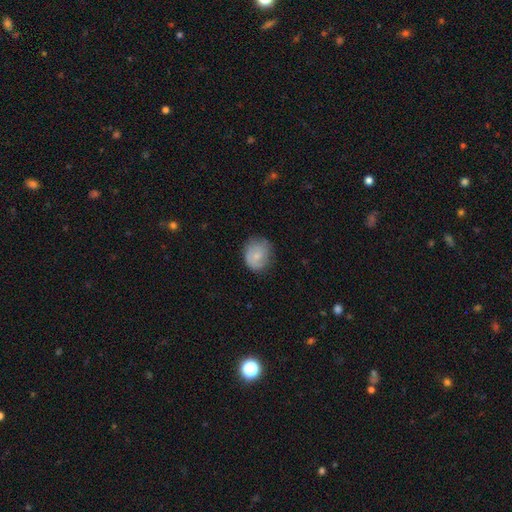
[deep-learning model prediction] The model was most divided on "smooth or featured": smooth: 61%, featured or disk: 32%, star or artifact: 7%. More confident: merging — none (69%); how rounded — round (68%).